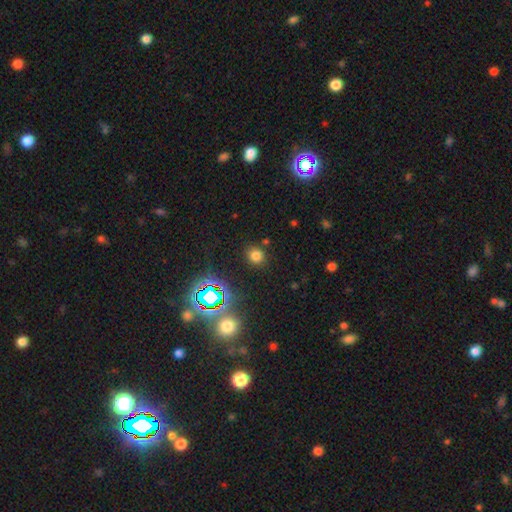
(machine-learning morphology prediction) smooth-or-featured: smooth: 70% | star or artifact: 24% | featured or disk: 6%
  how-rounded: round: 80% | in between: 19% | cigar-shaped: 1%
  merging: none: 85% | minor disturbance: 9% | merger: 3% | major disturbance: 3%